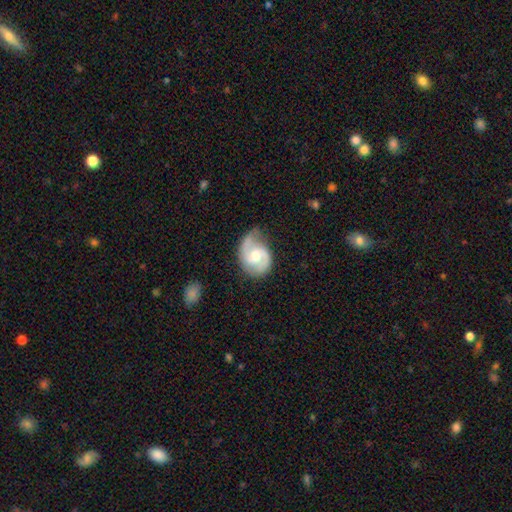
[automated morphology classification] featured or disk 83%, smooth 12%, star or artifact 5%. Down the decision tree: edge-on disk — no (98%); bar — no (52%); spiral arms — yes (96%); spiral arm count — 2 (85%); spiral winding — medium (52%); bulge size — moderate (66%); merging — none (61%).